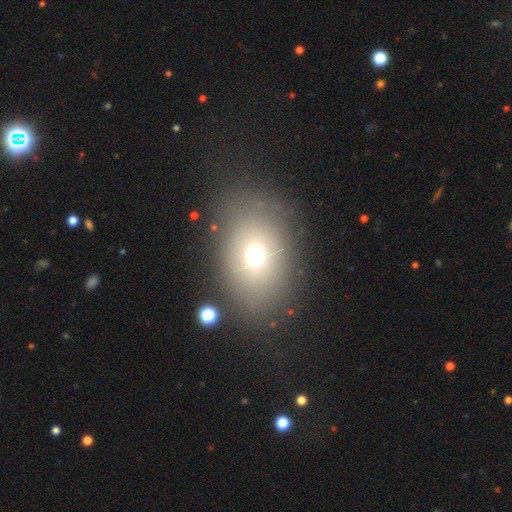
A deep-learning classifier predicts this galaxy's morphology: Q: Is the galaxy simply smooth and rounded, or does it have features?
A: smooth — 66%.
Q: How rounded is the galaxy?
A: in between — 60%.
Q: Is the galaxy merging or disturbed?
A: none — 79%.